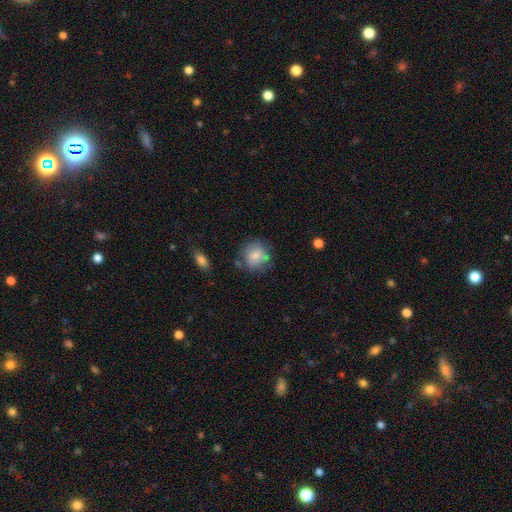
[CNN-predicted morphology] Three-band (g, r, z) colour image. It shows a smooth galaxy with no disk features (79%) that is round (84%). Merging: none (68%).